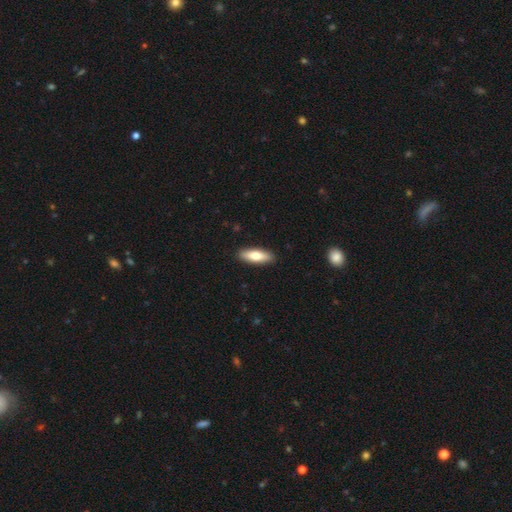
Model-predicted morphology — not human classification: Smooth or featured: smooth — 71% (featured or disk — 24%)
How rounded: in between — 56% (cigar-shaped — 42%)
Merging: none — 90% (minor disturbance — 7%)